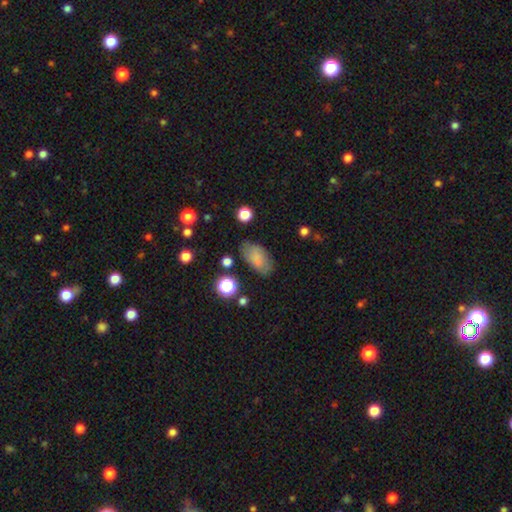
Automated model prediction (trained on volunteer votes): smooth-or-featured: smooth: 75% | featured or disk: 14% | star or artifact: 10%
  how-rounded: in between: 92% | round: 5% | cigar-shaped: 3%
  merging: none: 75% | minor disturbance: 17% | major disturbance: 5% | merger: 3%